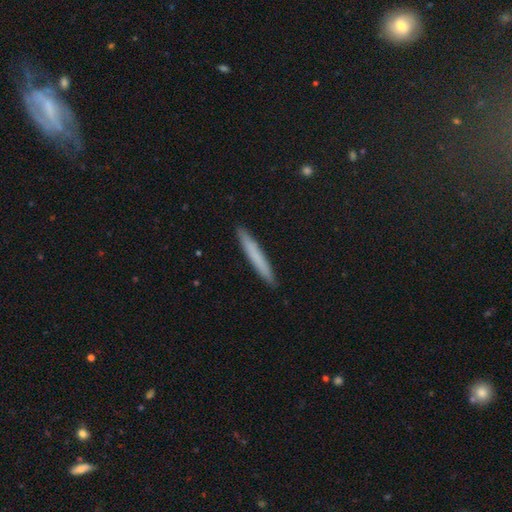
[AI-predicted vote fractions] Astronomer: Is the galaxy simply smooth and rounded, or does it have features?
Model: smooth — 72%.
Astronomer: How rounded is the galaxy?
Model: cigar-shaped — 96%.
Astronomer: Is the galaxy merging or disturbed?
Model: none — 91%.